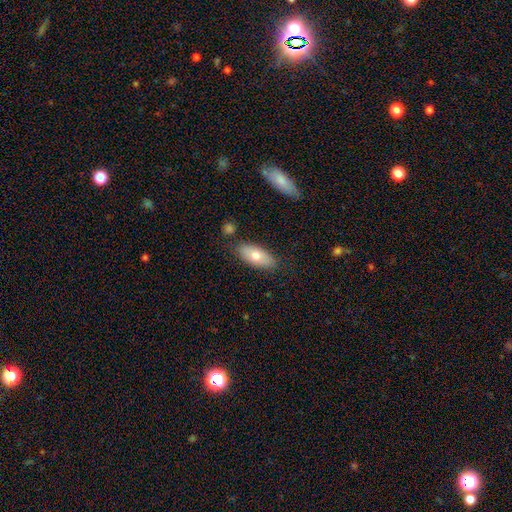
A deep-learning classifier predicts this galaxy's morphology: This appears to be a smooth galaxy with no disk features (73%) that is in between round and cigar-shaped (88%). Merging: none (80%).